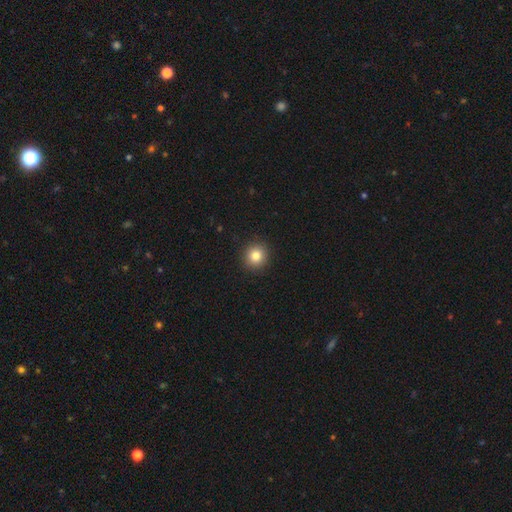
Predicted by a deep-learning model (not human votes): smooth_or_featured: smooth (p=0.83) [alt: star or artifact p=0.11]
how_rounded: round (p=0.91) [alt: in between p=0.08]
merging: none (p=0.92) [alt: minor disturbance p=0.05]